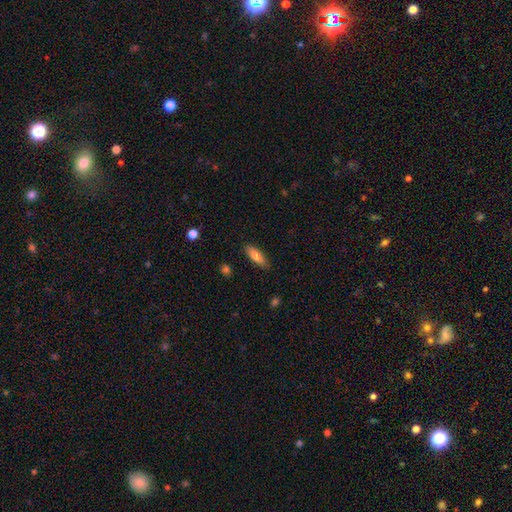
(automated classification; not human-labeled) smooth_or_featured: smooth (p=0.77) [alt: featured or disk p=0.17]
how_rounded: in between (p=0.58) [alt: cigar-shaped p=0.40]
merging: none (p=0.86) [alt: minor disturbance p=0.11]